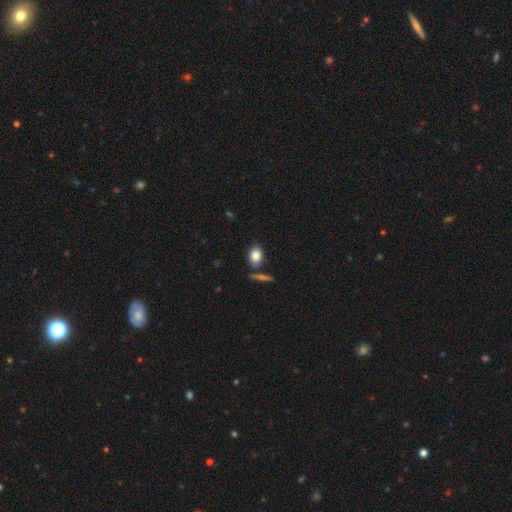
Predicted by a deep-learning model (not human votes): Q: Smooth or featured?
A: smooth (82%); runner-up: featured or disk (10%)
Q: How rounded?
A: in between (71%); runner-up: round (26%)
Q: Merging?
A: none (74%); runner-up: minor disturbance (13%)